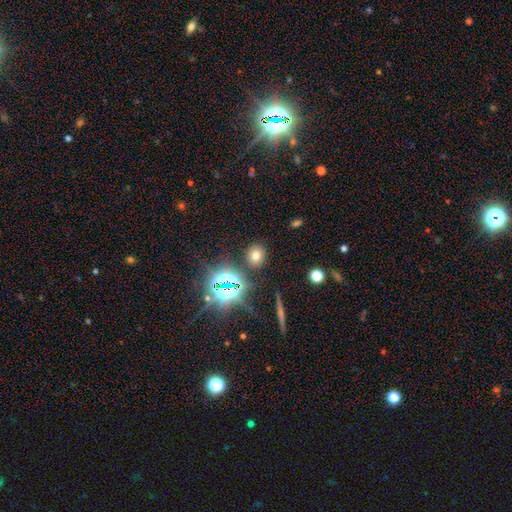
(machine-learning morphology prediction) This is likely a smooth galaxy (66%). How rounded: likely round (70%). Merging: clearly none (87%).